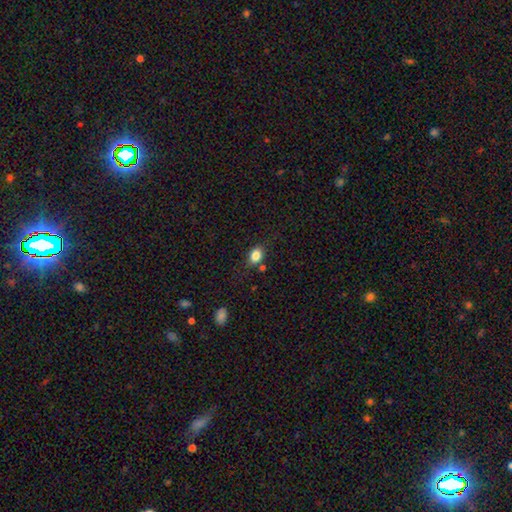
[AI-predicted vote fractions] Q: Smooth or featured?
A: smooth (84%); runner-up: star or artifact (10%)
Q: How rounded?
A: in between (74%); runner-up: round (25%)
Q: Merging?
A: none (77%); runner-up: minor disturbance (14%)